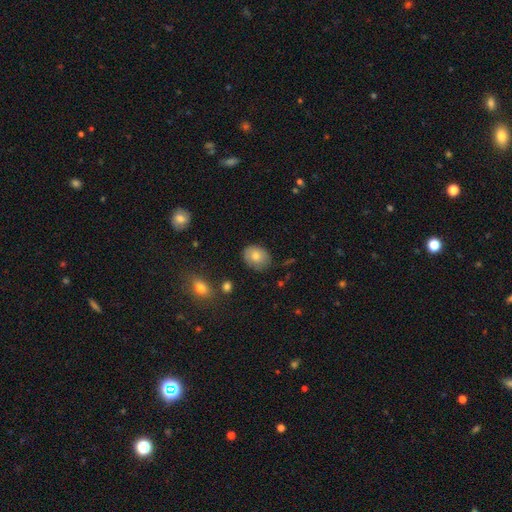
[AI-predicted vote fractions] Smooth or featured: smooth — 75% (featured or disk — 16%)
How rounded: in between — 54% (round — 45%)
Merging: none — 80% (minor disturbance — 15%)